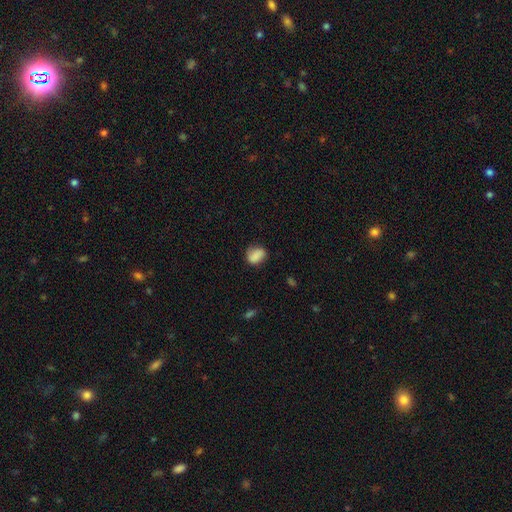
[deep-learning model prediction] smooth 81%, featured or disk 11%, star or artifact 9%. Down the decision tree: how rounded — in between (60%); merging — none (65%).